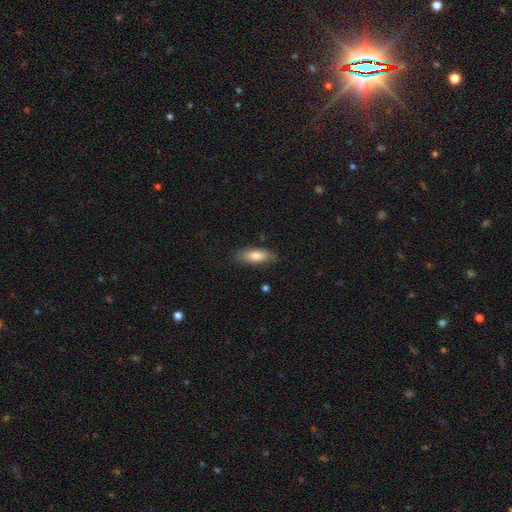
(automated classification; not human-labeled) This is clearly a smooth galaxy (81%). How rounded: likely in between (71%). Merging: clearly none (82%).